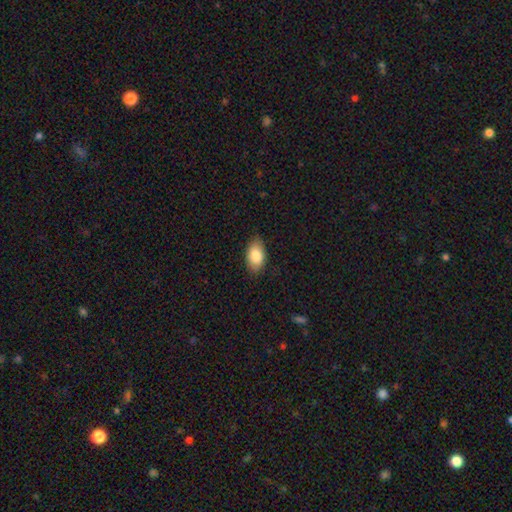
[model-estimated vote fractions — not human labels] Overall: smooth (85%). How rounded: in between (92%). Merging: none (81%).